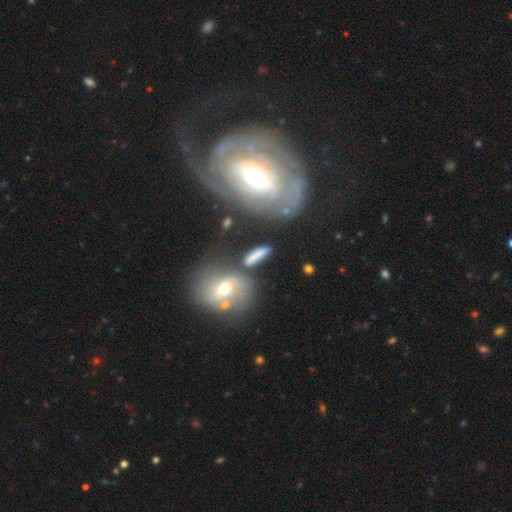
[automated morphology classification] A smooth galaxy with no disk features (68%) that is cigar-shaped (64%).

Vote fractions:
- Smooth or featured? smooth: 68% / featured or disk: 23% / star or artifact: 9%
- How rounded? cigar-shaped: 64% / in between: 30% / round: 6%
- Merging? none: 62% / minor disturbance: 15% / merger: 15% / major disturbance: 8%